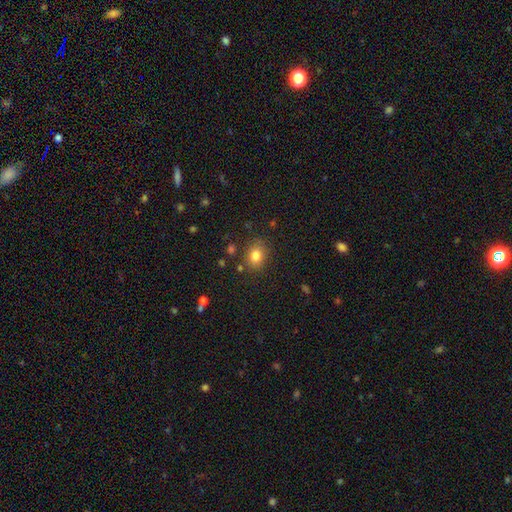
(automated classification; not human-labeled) smooth-or-featured: smooth: 81% | star or artifact: 12% | featured or disk: 8%
  how-rounded: round: 53% | in between: 46% | cigar-shaped: 1%
  merging: none: 81% | minor disturbance: 12% | major disturbance: 4% | merger: 3%